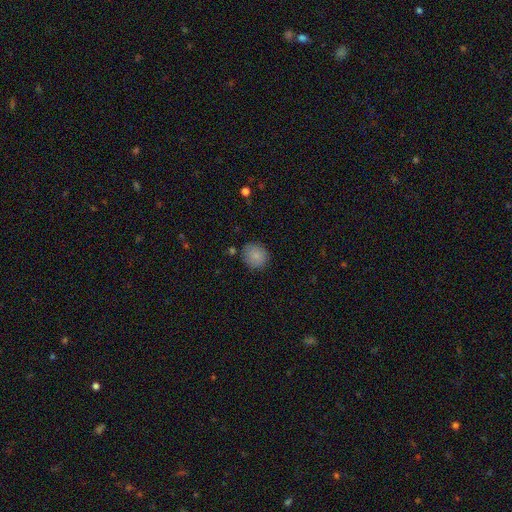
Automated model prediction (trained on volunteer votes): A smooth galaxy with no disk features (84%) that is round (78%). Merging: none (82%).